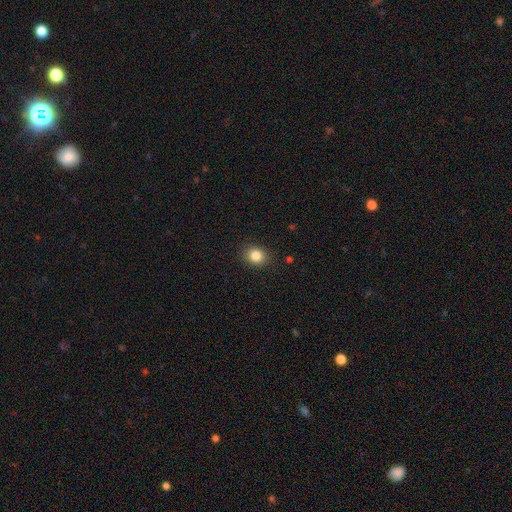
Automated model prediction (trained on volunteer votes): smooth 84%, star or artifact 10%, featured or disk 5%. Down the decision tree: how rounded — round (61%); merging — none (88%).